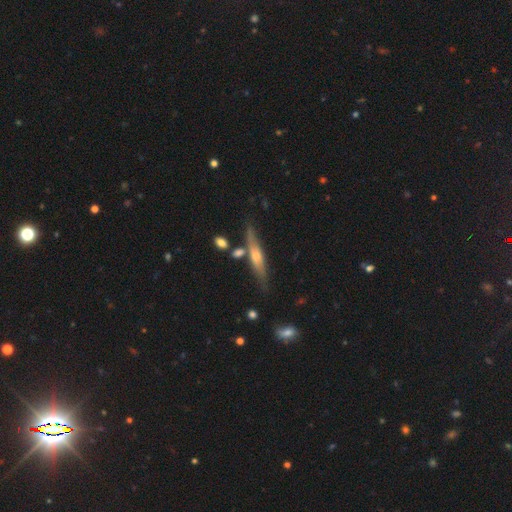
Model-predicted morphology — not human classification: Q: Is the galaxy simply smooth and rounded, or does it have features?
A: featured or disk — 54%.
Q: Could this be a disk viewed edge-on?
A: yes — 92%.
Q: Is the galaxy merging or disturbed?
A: none — 72%.